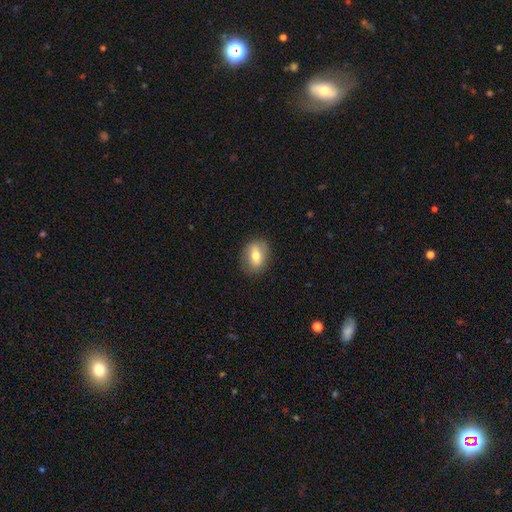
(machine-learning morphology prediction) Q: Smooth or featured?
A: smooth (65%); runner-up: featured or disk (27%)
Q: How rounded?
A: in between (64%); runner-up: round (34%)
Q: Merging?
A: none (85%); runner-up: minor disturbance (11%)